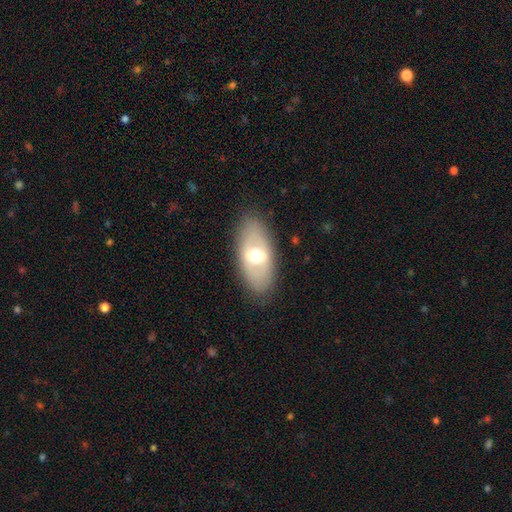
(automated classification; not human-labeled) A smooth galaxy with no disk features (47%). Merging: none (83%).